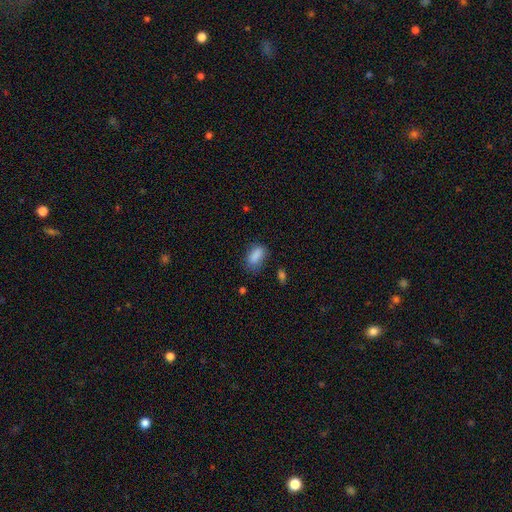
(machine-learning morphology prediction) This is clearly a smooth galaxy (86%). How rounded: clearly in between (85%). Merging: likely none (71%).